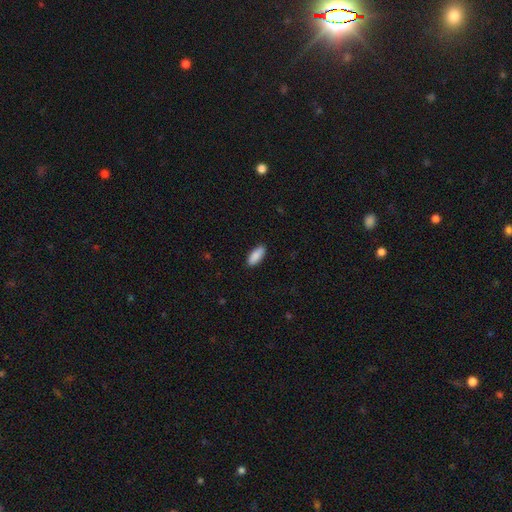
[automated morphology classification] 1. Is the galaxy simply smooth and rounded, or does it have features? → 90% smooth, 6% star or artifact, 5% featured or disk.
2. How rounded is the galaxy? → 81% in between, 17% cigar-shaped, 2% round.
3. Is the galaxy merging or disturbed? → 89% none, 8% minor disturbance, 2% major disturbance, 1% merger.